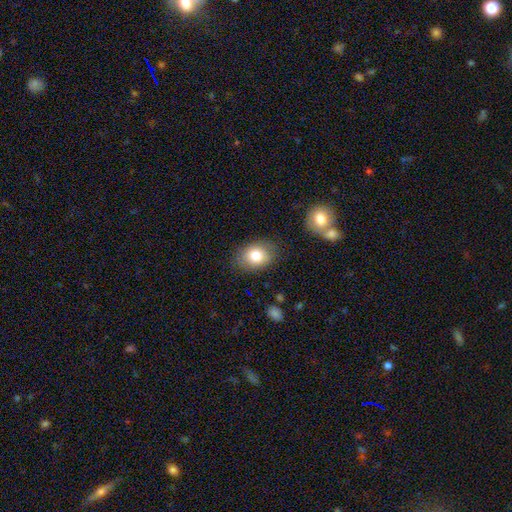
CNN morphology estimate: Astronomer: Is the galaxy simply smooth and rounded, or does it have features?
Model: smooth — 79%.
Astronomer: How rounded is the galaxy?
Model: in between — 63%.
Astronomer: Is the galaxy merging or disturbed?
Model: none — 80%.